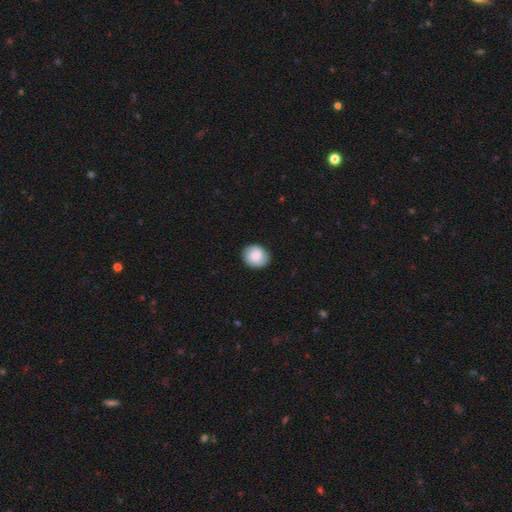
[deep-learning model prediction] Smooth or featured: smooth — 69% (featured or disk — 23%)
How rounded: round — 74% (in between — 26%)
Merging: none — 88% (minor disturbance — 9%)